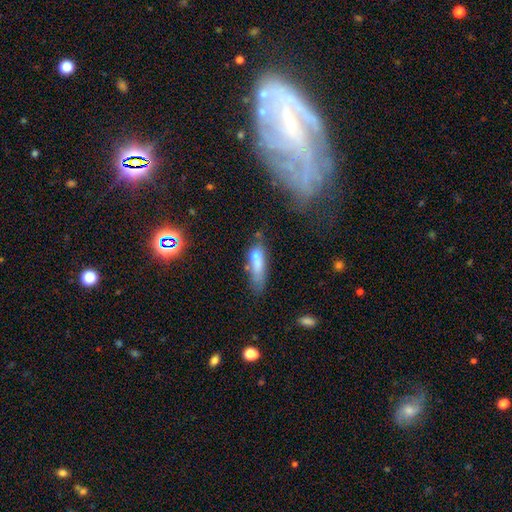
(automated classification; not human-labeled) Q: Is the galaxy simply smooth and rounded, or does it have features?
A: smooth — 62%.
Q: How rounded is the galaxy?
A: cigar-shaped — 57%.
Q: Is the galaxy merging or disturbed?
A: none — 37%.